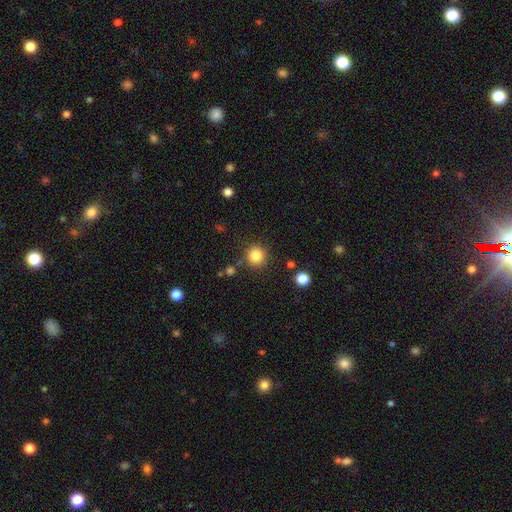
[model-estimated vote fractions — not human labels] smooth-or-featured: smooth: 84% | star or artifact: 11% | featured or disk: 5%
  how-rounded: round: 93% | in between: 6% | cigar-shaped: 1%
  merging: none: 86% | minor disturbance: 8% | merger: 4% | major disturbance: 3%